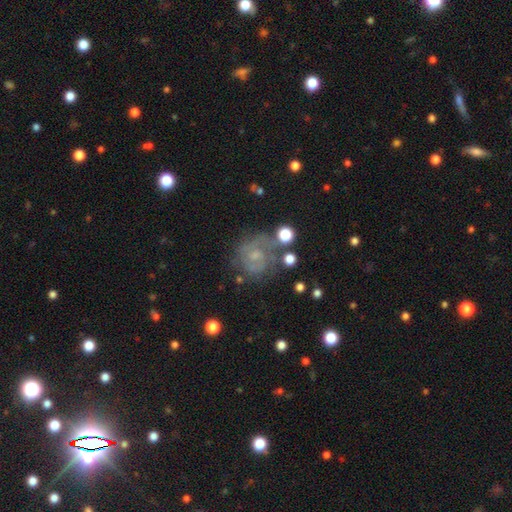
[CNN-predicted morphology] A featured or disk galaxy (62%) with no bar (62%), spiral arms (81%) and a small central bulge (52%). Merging: none (59%).